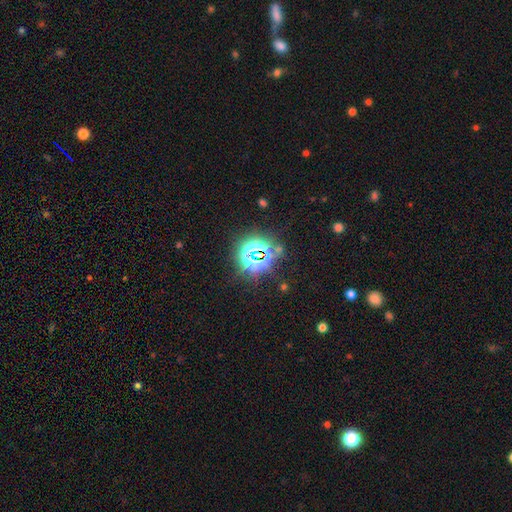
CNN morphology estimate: smooth-or-featured: star or artifact: 79% | smooth: 13% | featured or disk: 8%